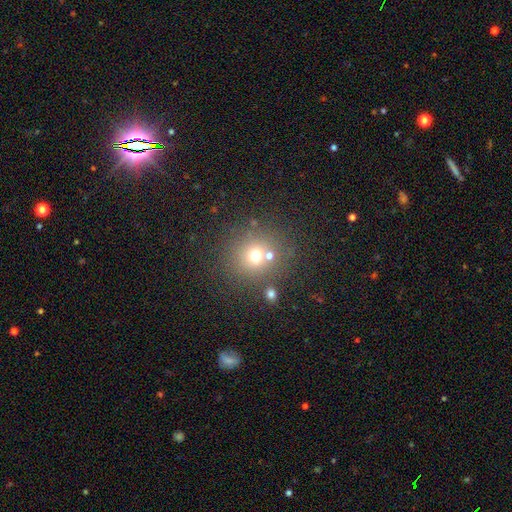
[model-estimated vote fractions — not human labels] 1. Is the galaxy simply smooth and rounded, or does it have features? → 67% smooth, 20% star or artifact, 13% featured or disk.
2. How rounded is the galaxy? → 89% round, 11% in between, 1% cigar-shaped.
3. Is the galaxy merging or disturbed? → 69% none, 17% merger, 9% minor disturbance, 5% major disturbance.